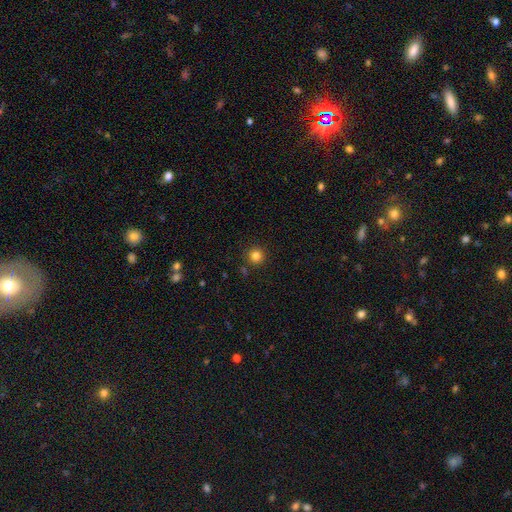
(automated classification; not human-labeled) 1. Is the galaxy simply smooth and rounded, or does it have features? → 83% smooth, 13% star or artifact, 5% featured or disk.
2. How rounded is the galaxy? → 95% round, 4% in between, 1% cigar-shaped.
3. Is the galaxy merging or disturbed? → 89% none, 6% minor disturbance, 3% merger, 2% major disturbance.